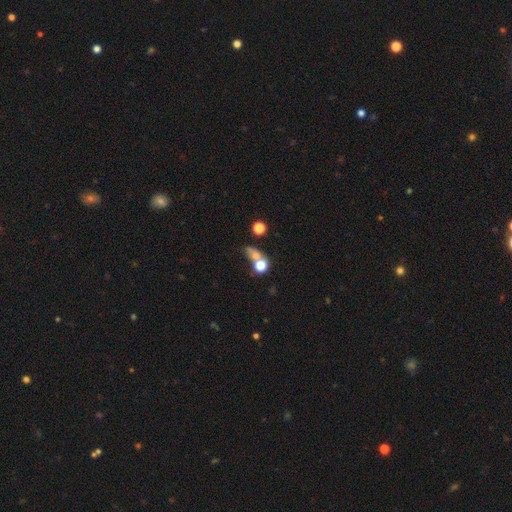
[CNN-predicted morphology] This appears to be a smooth galaxy with no disk features (64%) that is round (62%). Merging: merger (44%).